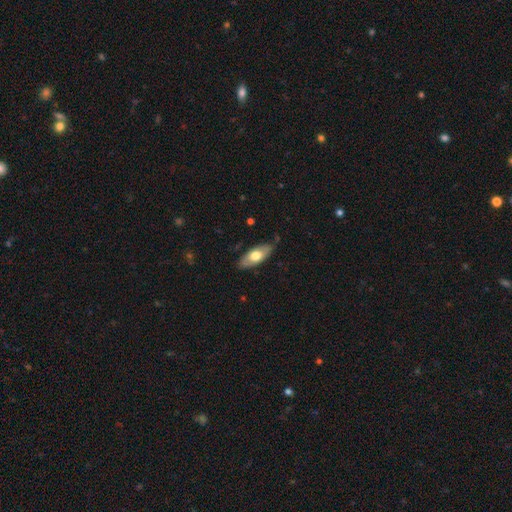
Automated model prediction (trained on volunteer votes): smooth-or-featured: smooth: 60% | featured or disk: 34% | star or artifact: 5%
  how-rounded: in between: 85% | cigar-shaped: 13% | round: 3%
  merging: none: 81% | minor disturbance: 15% | major disturbance: 2% | merger: 1%